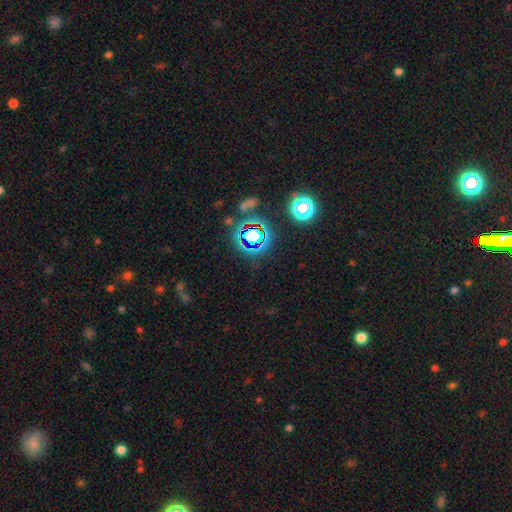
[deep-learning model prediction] Smooth or featured: star or artifact — 69% (smooth — 22%)